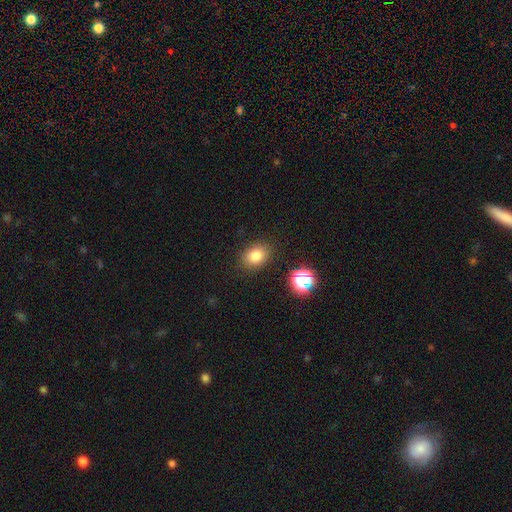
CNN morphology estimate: type=smooth (80%); roundness=in between (66%); merging=none (85%).